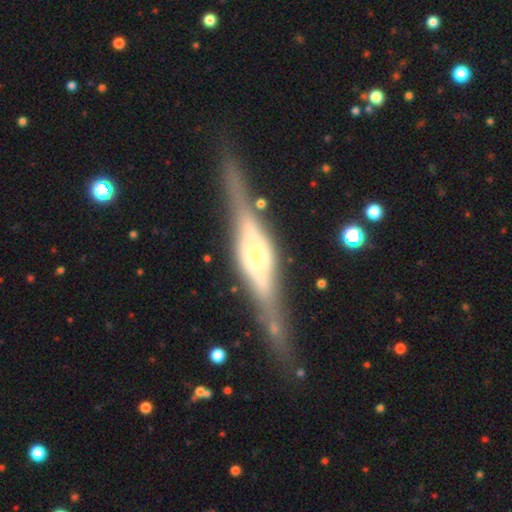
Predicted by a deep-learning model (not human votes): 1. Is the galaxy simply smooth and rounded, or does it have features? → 80% featured or disk, 14% smooth, 6% star or artifact.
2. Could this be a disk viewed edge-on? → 96% yes, 4% no.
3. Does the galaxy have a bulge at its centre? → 76% rounded, 21% boxy, 4% none.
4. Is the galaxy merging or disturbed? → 81% none, 13% minor disturbance, 4% major disturbance, 2% merger.